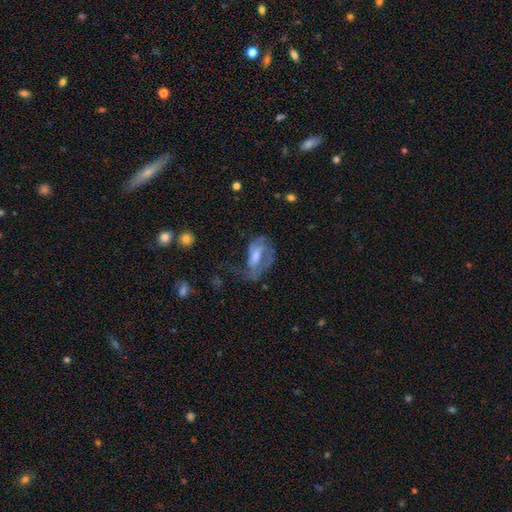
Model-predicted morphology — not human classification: smooth_or_featured: featured or disk (p=0.60) [alt: smooth p=0.30]
disk_edge_on: no (p=0.93) [alt: yes p=0.07]
bar: no (p=0.44) [alt: weak p=0.39]
has_spiral_arms: yes (p=0.59) [alt: no p=0.41]
bulge_size: moderate (p=0.47) [alt: small p=0.28]
merging: major disturbance (p=0.43) [alt: none p=0.32]